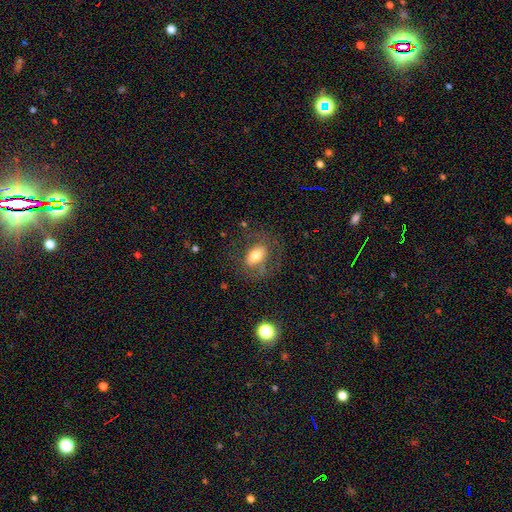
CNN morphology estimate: smooth 56%, featured or disk 35%, star or artifact 9%. Down the decision tree: how rounded — in between (77%); merging — none (63%).